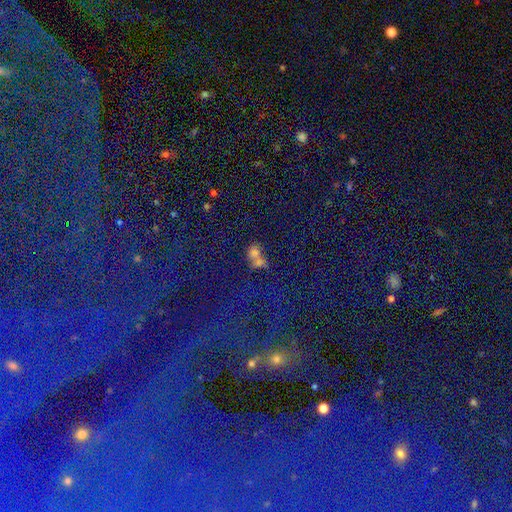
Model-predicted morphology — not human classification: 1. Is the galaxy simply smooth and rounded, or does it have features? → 60% smooth, 24% star or artifact, 17% featured or disk.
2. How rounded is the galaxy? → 51% in between, 46% round, 3% cigar-shaped.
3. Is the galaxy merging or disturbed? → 63% merger, 23% none, 8% minor disturbance, 7% major disturbance.